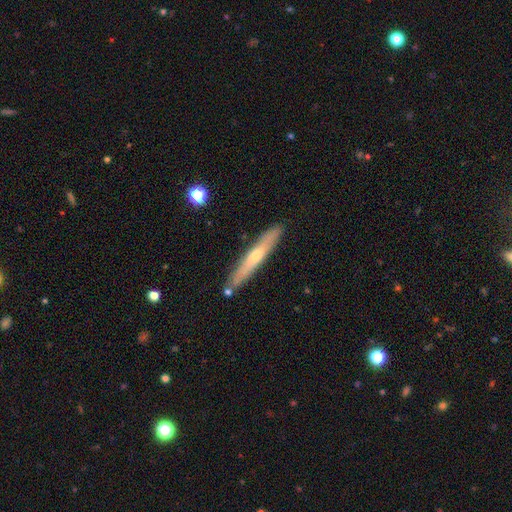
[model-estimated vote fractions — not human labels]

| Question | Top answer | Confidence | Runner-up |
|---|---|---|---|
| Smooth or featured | featured or disk | 49% | smooth (44%) |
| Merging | none | 84% | minor disturbance (10%) |